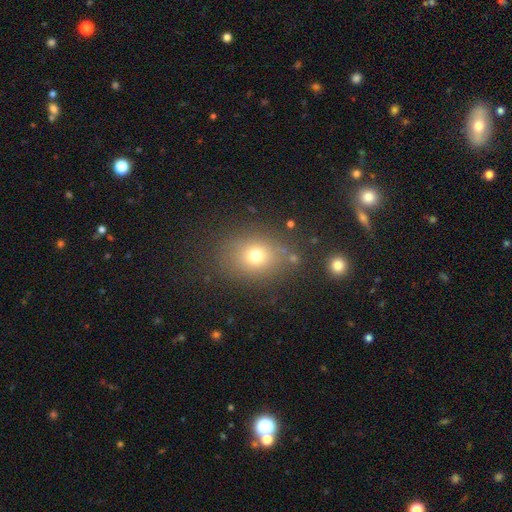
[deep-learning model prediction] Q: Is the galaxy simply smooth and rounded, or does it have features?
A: smooth — 71%.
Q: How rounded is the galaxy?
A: round — 63%.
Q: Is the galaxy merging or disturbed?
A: none — 81%.